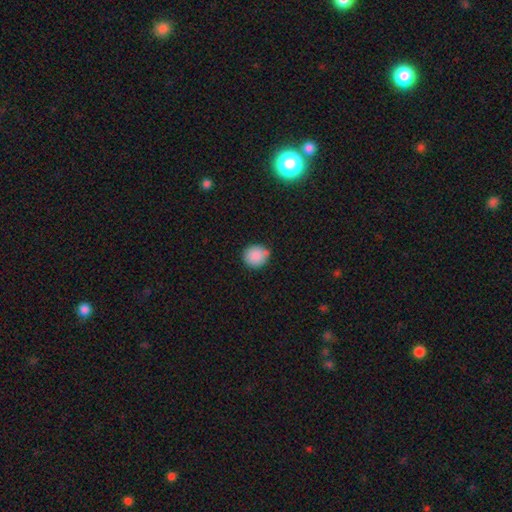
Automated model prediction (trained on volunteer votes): A smooth galaxy with no disk features (88%) that is round (88%). Merging: none (75%).